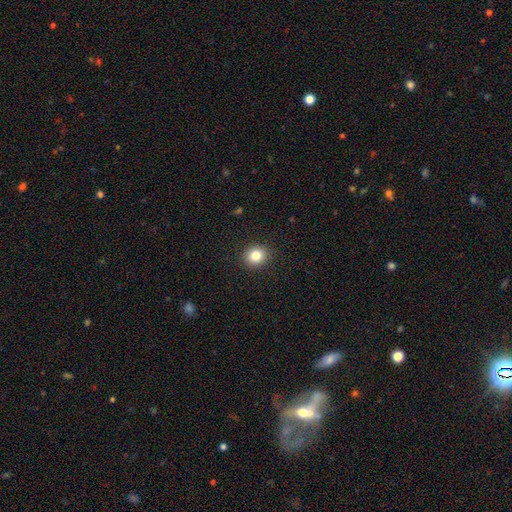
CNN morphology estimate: Smooth or featured? Predicted: smooth (p=0.83). How rounded? Predicted: round (p=0.78). Merging? Predicted: none (p=0.91).